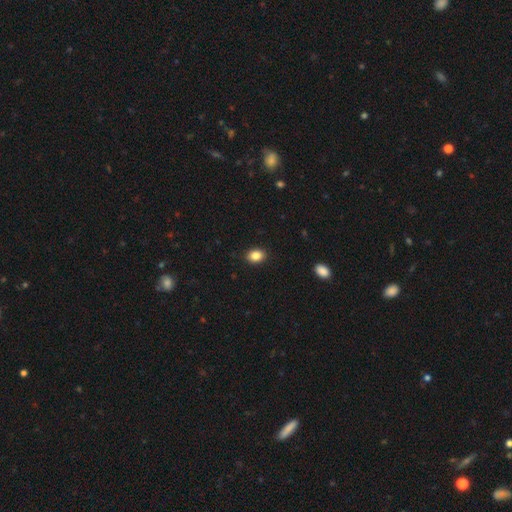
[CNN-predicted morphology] Overall: smooth (86%). How rounded: in between (69%; round 30%). Merging: none (90%).